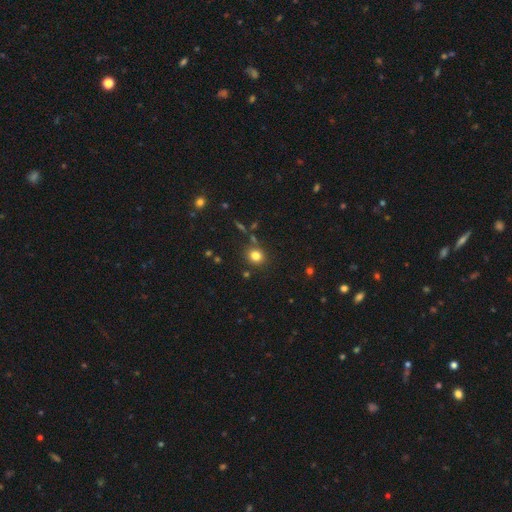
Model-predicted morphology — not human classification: type=smooth (80%); roundness=round (77%); merging=none (82%).